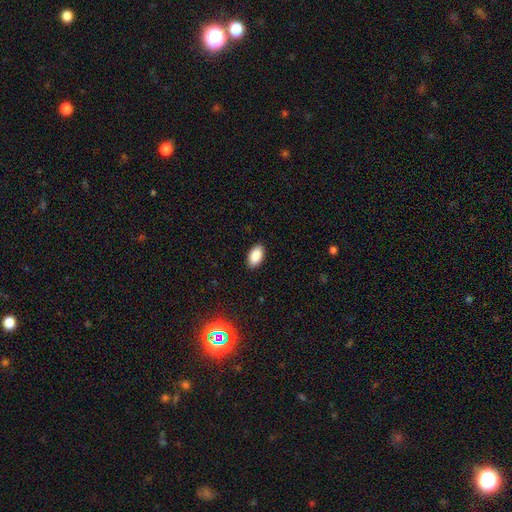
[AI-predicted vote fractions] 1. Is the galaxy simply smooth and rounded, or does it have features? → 87% smooth, 8% star or artifact, 5% featured or disk.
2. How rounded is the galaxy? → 94% in between, 3% round, 2% cigar-shaped.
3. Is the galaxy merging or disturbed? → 90% none, 8% minor disturbance, 2% major disturbance, 1% merger.